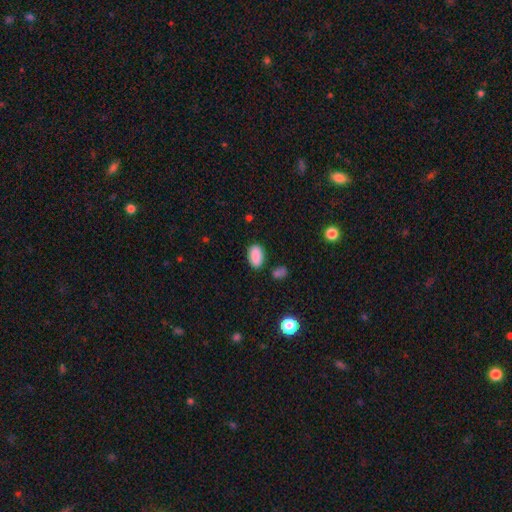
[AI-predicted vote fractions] Overall: smooth (89%). How rounded: in between (93%). Merging: none (82%).